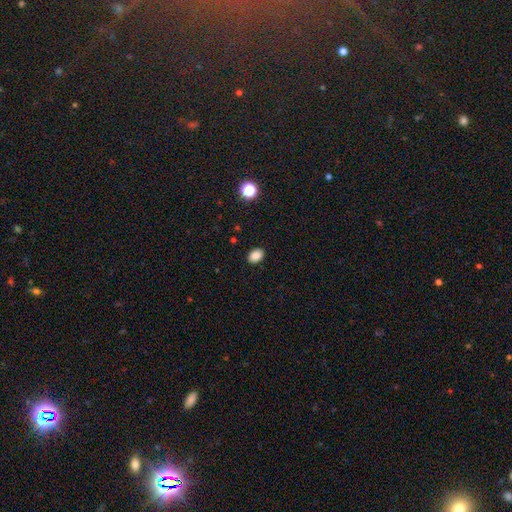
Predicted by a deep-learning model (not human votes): A smooth galaxy with no disk features (87%) that is in between round and cigar-shaped (80%).

Vote fractions:
- Smooth or featured? smooth: 87% / star or artifact: 10% / featured or disk: 3%
- How rounded? in between: 80% / round: 19% / cigar-shaped: 1%
- Merging? none: 89% / minor disturbance: 8% / major disturbance: 2% / merger: 1%